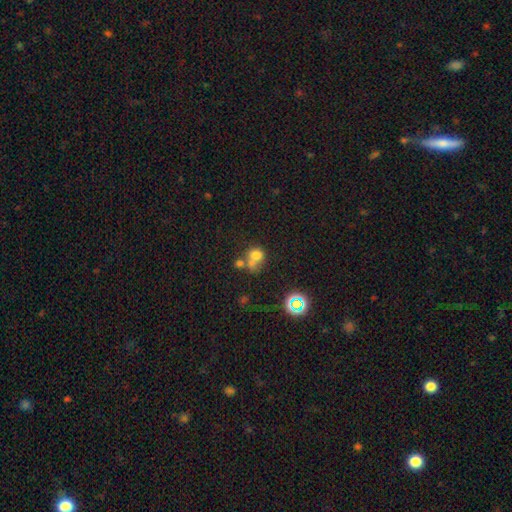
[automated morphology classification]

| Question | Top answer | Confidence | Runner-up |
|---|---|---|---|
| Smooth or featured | smooth | 67% | star or artifact (17%) |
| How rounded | round | 71% | in between (28%) |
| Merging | merger | 50% | none (34%) |